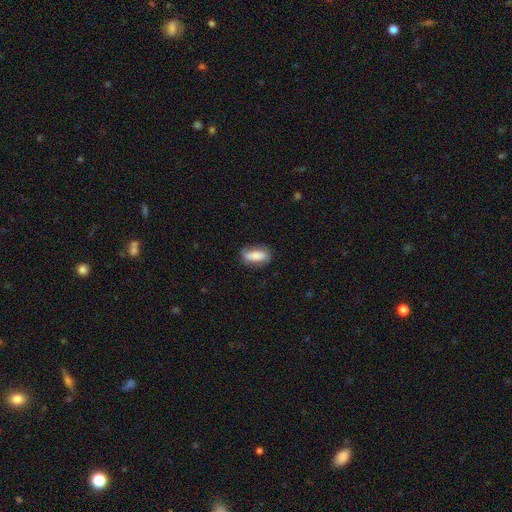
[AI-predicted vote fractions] The model was most divided on "merging": none: 71%, minor disturbance: 22%, major disturbance: 6%, merger: 1%. More confident: how rounded — in between (83%); smooth or featured — smooth (75%).